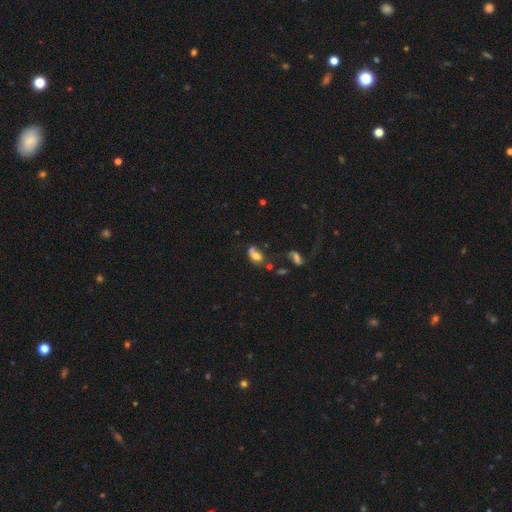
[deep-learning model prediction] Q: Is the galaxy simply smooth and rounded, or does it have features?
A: smooth — 64%.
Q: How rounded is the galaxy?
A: in between — 71%.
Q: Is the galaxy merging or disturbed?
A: merger — 43%.